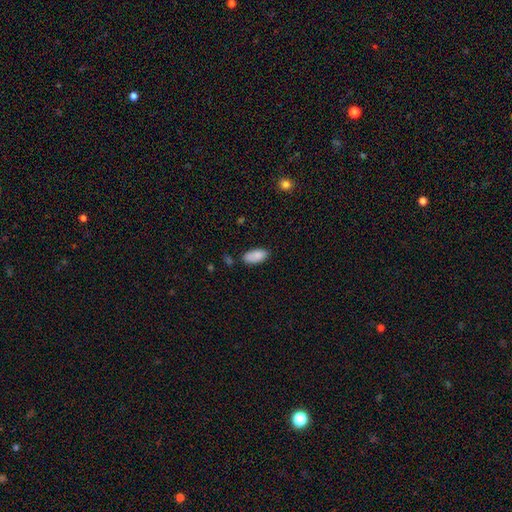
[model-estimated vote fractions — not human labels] A smooth galaxy with no disk features (87%) that is in between round and cigar-shaped (91%). Merging: none (71%).